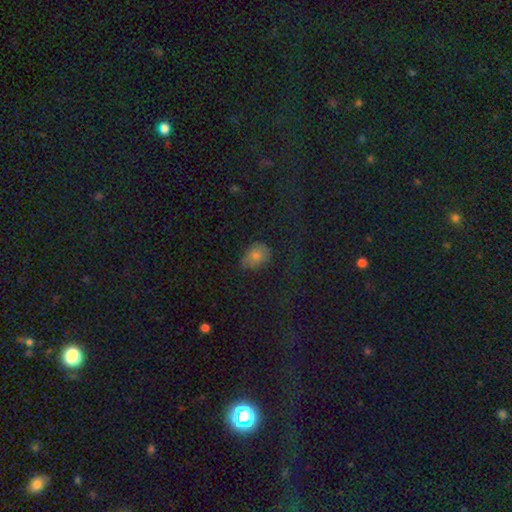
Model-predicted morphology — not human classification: This is likely a smooth galaxy (73%). How rounded: likely in between (71%). Merging: possibly none (57%).